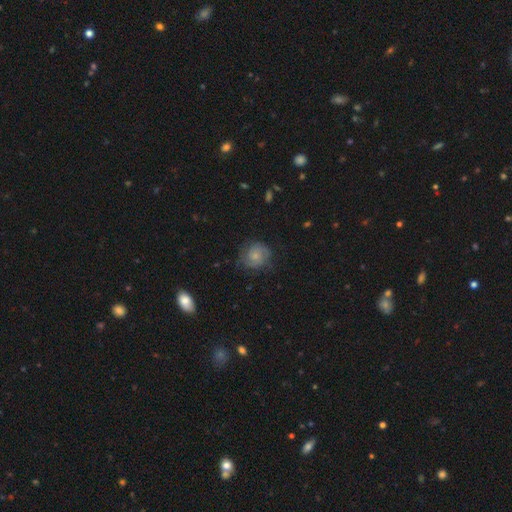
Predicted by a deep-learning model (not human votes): Overall: featured or disk (47%; smooth 45%). Merging: none (69%).